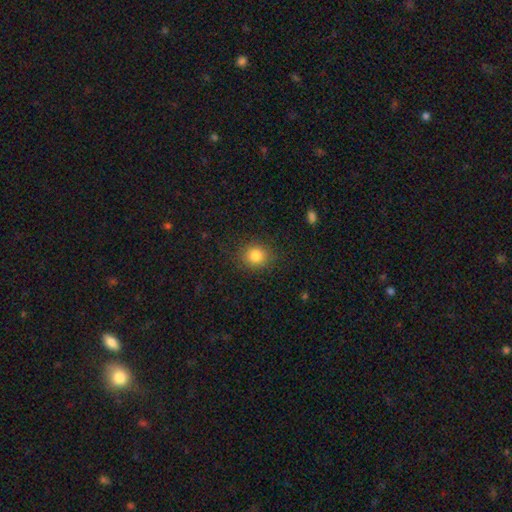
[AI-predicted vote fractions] The model was most divided on "how rounded": round: 77%, in between: 22%, cigar-shaped: 1%. More confident: merging — none (86%); smooth or featured — smooth (84%).